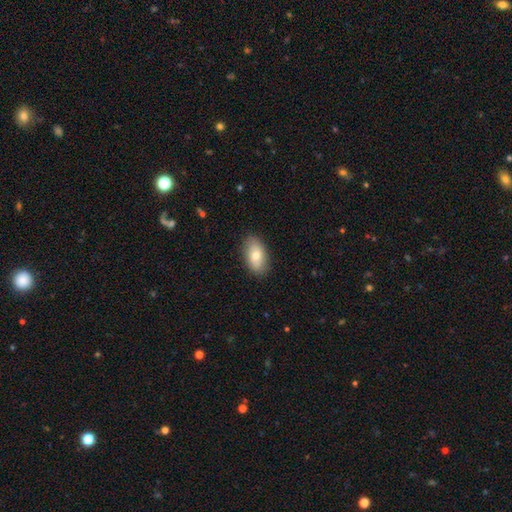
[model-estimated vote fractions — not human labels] A smooth galaxy with no disk features (74%) that is in between round and cigar-shaped (92%). Merging: none (86%).